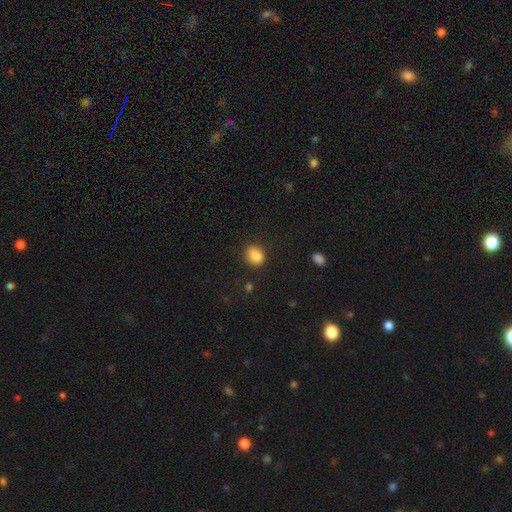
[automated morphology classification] smooth-or-featured: smooth: 86% | star or artifact: 9% | featured or disk: 5%
  how-rounded: in between: 49% (tied) | round: 49% (tied) | cigar-shaped: 1%
  merging: none: 71% | minor disturbance: 21% | major disturbance: 5% | merger: 3%